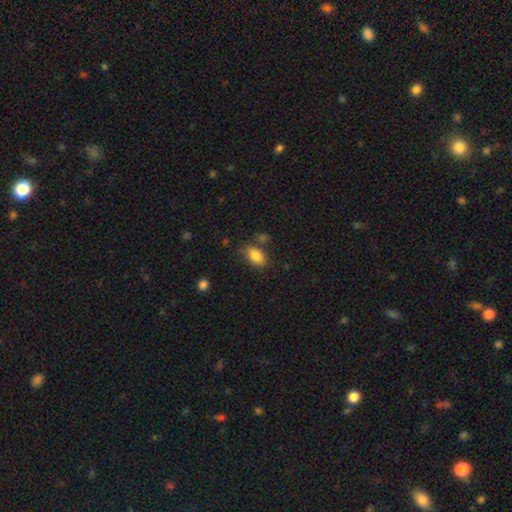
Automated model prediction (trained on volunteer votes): This is clearly a smooth galaxy (86%). How rounded: clearly in between (88%). Merging: likely none (70%).